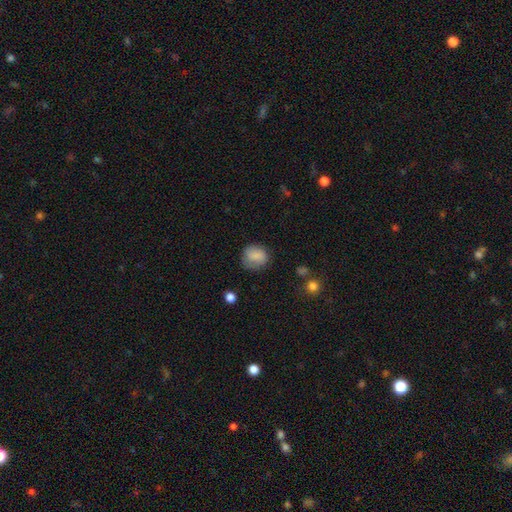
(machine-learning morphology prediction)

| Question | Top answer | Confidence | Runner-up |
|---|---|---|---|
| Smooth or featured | smooth | 83% | featured or disk (9%) |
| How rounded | round | 70% | in between (29%) |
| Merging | none | 68% | minor disturbance (23%) |